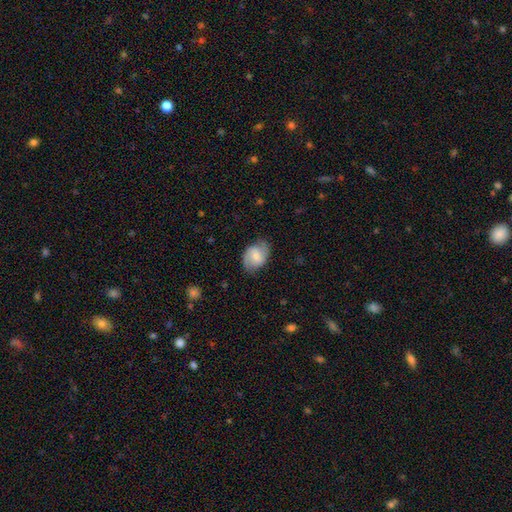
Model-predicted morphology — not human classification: smooth-or-featured: featured or disk: 50% | smooth: 43% | star or artifact: 7%
  disk-edge-on: no: 97% | yes: 3%
  merging: none: 73% | minor disturbance: 20% | major disturbance: 6% | merger: 1%